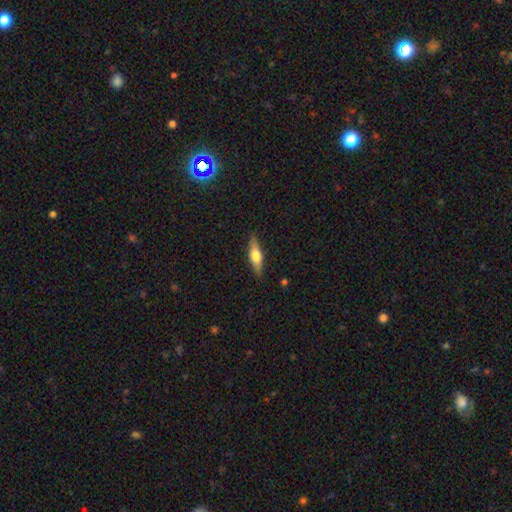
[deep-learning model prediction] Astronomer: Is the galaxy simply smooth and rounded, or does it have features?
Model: featured or disk — 48% (runner-up: smooth, 46%).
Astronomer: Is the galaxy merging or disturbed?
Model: none — 87%.